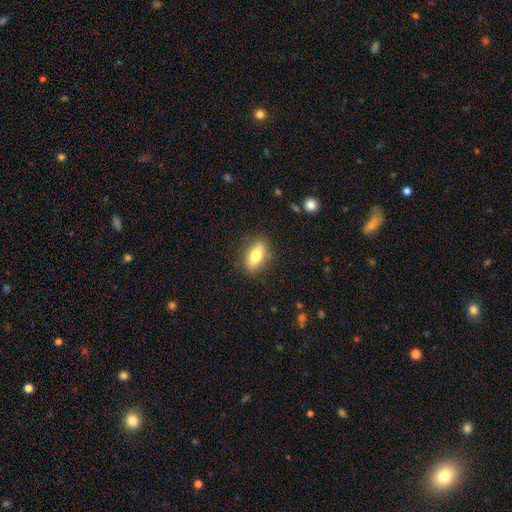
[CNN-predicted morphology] Smooth or featured? Predicted: smooth (p=0.73). How rounded? Predicted: in between (p=0.77). Merging? Predicted: none (p=0.84).